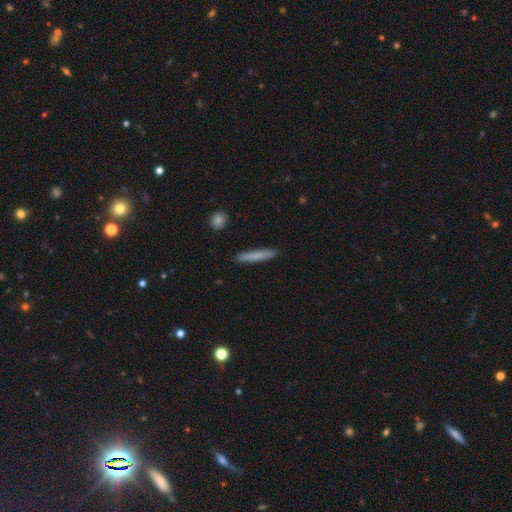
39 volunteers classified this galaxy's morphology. type=smooth (74%); roundness=cigar-shaped (97%); merging=none (92%).